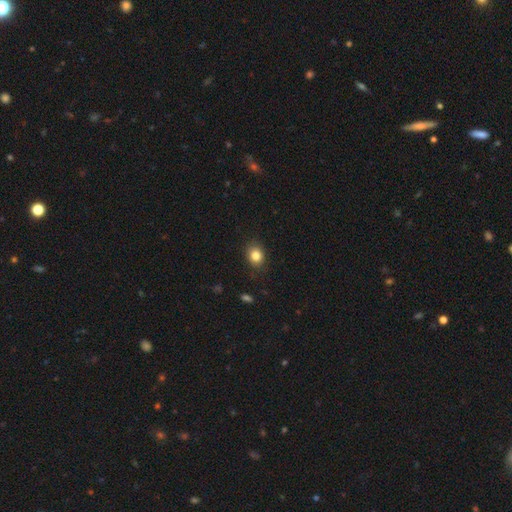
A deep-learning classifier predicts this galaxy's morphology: Smooth or featured: smooth — 84% (star or artifact — 10%)
How rounded: round — 57% (in between — 42%)
Merging: none — 85% (minor disturbance — 11%)